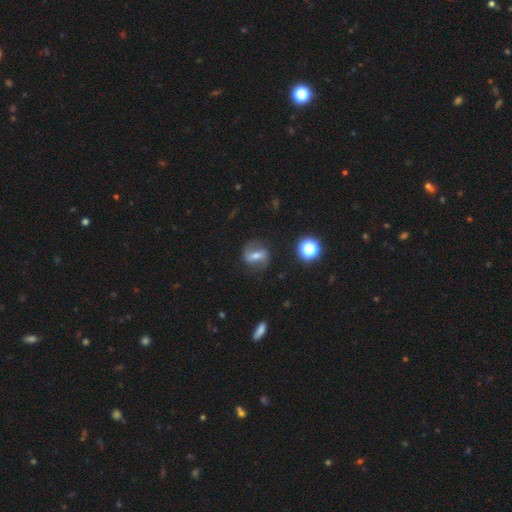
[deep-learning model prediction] Morphology: type=featured or disk (60%); edge-on=no (89%); bar=strong (59%); spiral arms=yes (70%); bulge=moderate (53%); merging=none (76%).